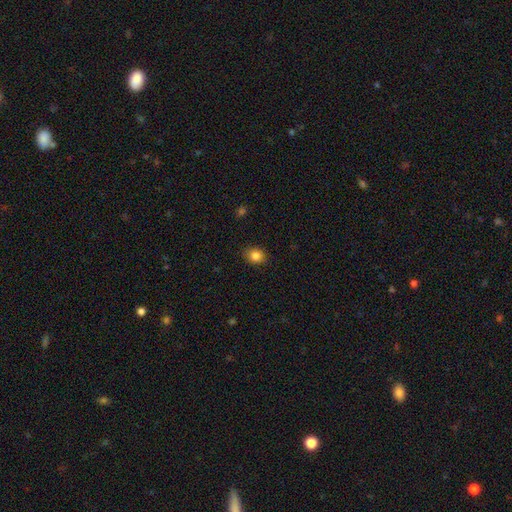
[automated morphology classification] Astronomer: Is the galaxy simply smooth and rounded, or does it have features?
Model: smooth — 85%.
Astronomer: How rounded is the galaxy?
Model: round — 67%.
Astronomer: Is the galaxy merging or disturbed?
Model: none — 88%.